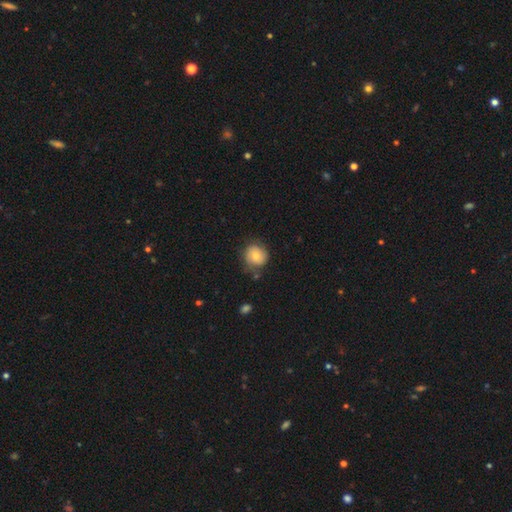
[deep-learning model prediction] Smooth or featured? smooth (69%)
How rounded? round (84%)
Merging? none (68%)